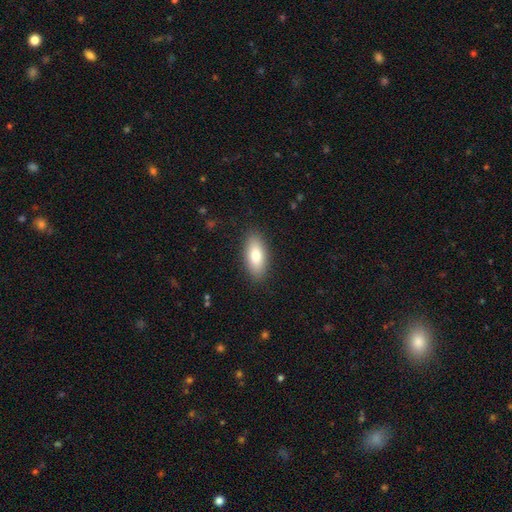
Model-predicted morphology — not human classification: A smooth galaxy with no disk features (79%) that is in between round and cigar-shaped (83%).

Vote fractions:
- Smooth or featured? smooth: 79% / featured or disk: 14% / star or artifact: 6%
- How rounded? in between: 83% / cigar-shaped: 15% / round: 3%
- Merging? none: 87% / minor disturbance: 9% / major disturbance: 2% / merger: 1%